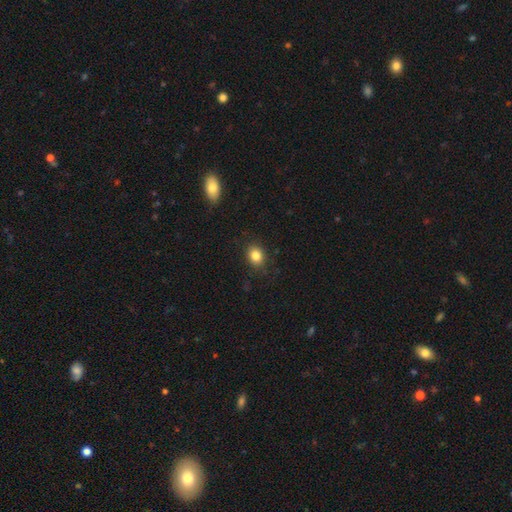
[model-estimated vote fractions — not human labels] Morphology: type=smooth (83%); roundness=round (52%); merging=none (85%).